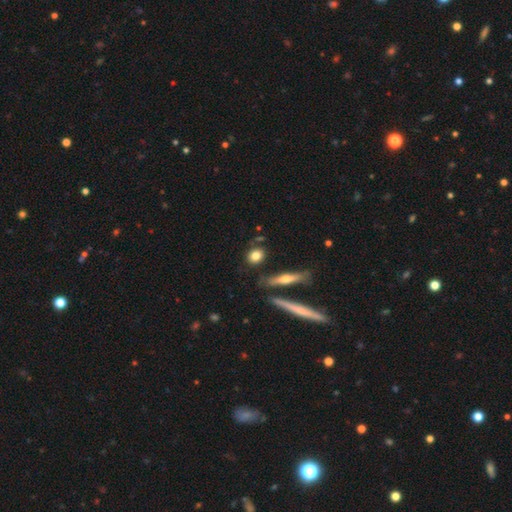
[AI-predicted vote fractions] Smooth or featured: smooth — 80% (featured or disk — 12%)
How rounded: round — 57% (in between — 33%)
Merging: none — 78% (minor disturbance — 12%)